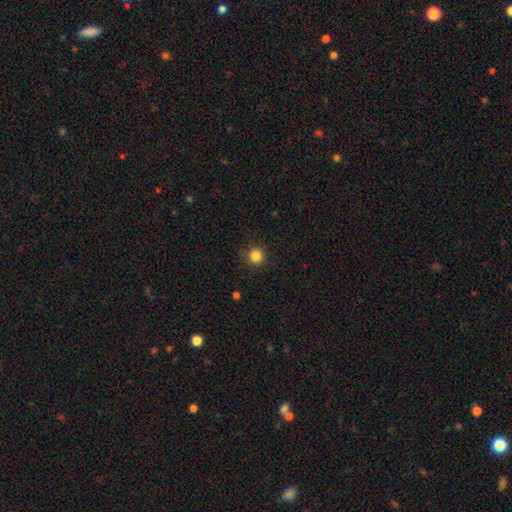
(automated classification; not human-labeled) Overall: smooth (85%). How rounded: round (95%). Merging: none (91%).